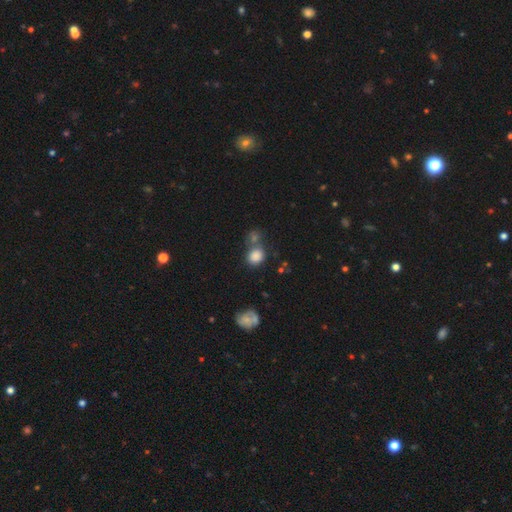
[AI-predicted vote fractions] This appears to be a smooth galaxy with no disk features (83%) that is round (74%). Merging: none (53%).